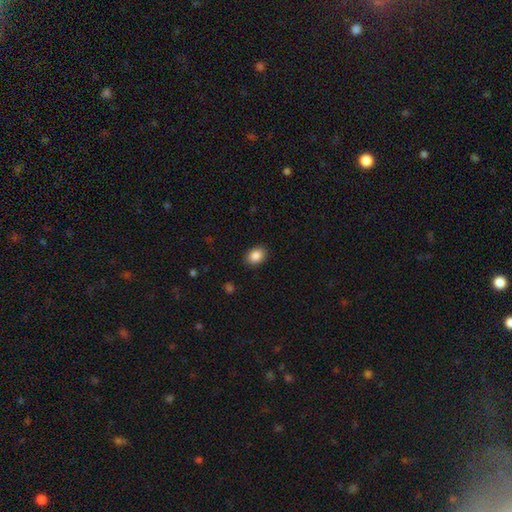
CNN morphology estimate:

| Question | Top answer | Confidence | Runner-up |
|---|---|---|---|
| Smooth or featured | smooth | 87% | star or artifact (8%) |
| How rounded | in between | 69% | round (30%) |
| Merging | none | 89% | minor disturbance (8%) |